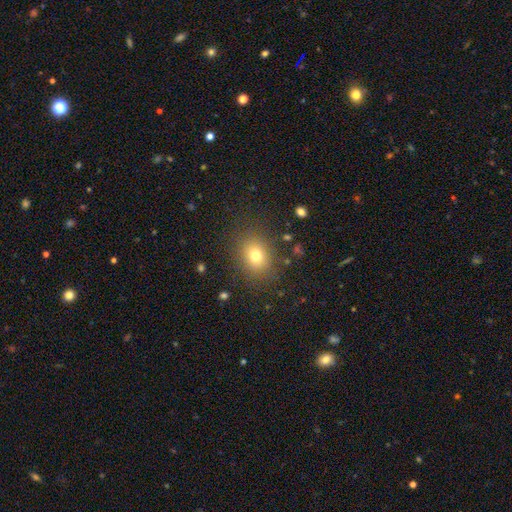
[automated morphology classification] smooth 76%, star or artifact 14%, featured or disk 10%. Down the decision tree: how rounded — round (55%); merging — none (84%).